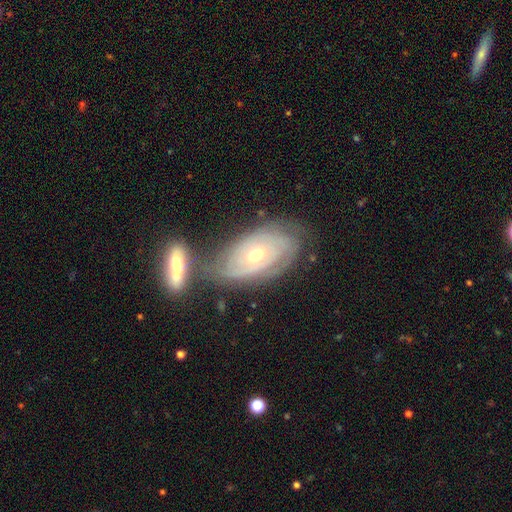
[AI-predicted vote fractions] The model was most divided on "spiral arm count": can't tell: 44%, 2: 27%, 3: 15%, 4: 6%, 1: 4%, more than 4: 4%. More confident: edge-on disk — no (93%); spiral arms — yes (91%); smooth or featured — featured or disk (80%); spiral winding — tight (77%); bar — no (76%); bulge size — moderate (65%); merging — none (55%).